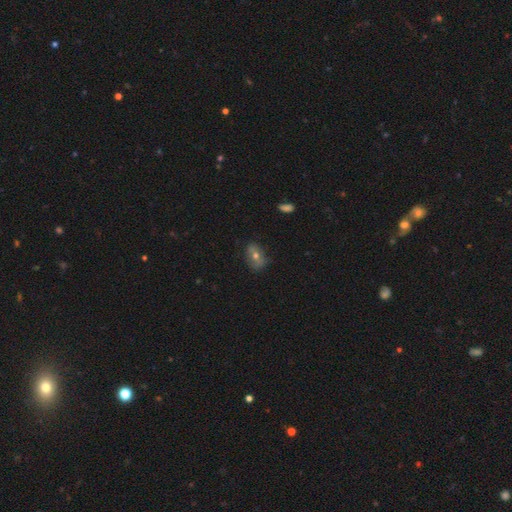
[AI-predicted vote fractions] smooth 49%, featured or disk 34%, star or artifact 17%. Down the decision tree: merging — none (71%).